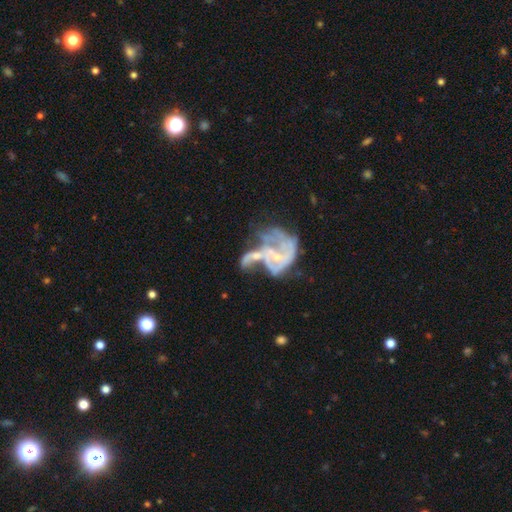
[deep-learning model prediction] The model was most divided on "spiral arms": yes: 60%, no: 40%. Remaining: edge-on disk — no (98%); smooth or featured — featured or disk (75%); bar — no (73%); merging — merger (52%); bulge size — small (50%).